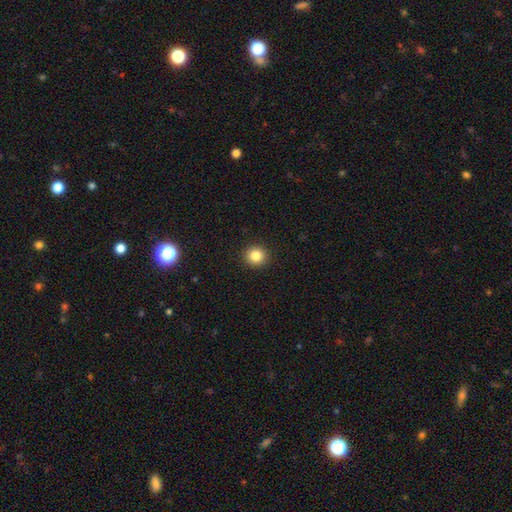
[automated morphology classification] Smooth or featured: smooth — 84% (star or artifact — 11%)
How rounded: round — 92% (in between — 7%)
Merging: none — 93% (minor disturbance — 5%)